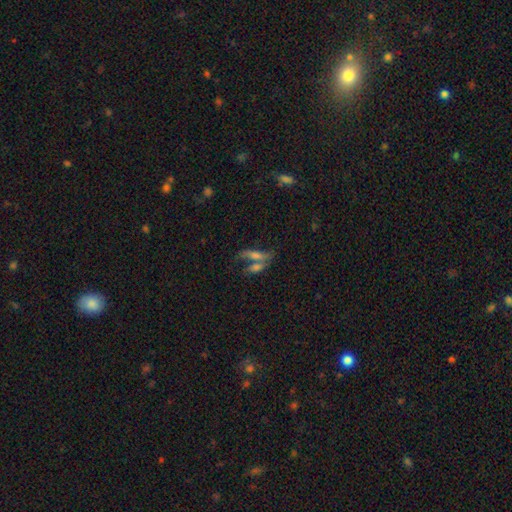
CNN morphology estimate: smooth-or-featured: smooth: 49% | featured or disk: 36% | star or artifact: 15%
  merging: merger: 50% | none: 32% | minor disturbance: 10% | major disturbance: 8%